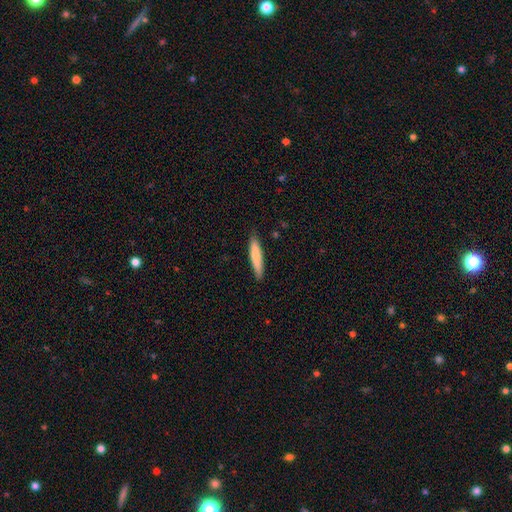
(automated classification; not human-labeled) smooth_or_featured: smooth (p=0.77) [alt: featured or disk p=0.18]
how_rounded: cigar-shaped (p=0.89) [alt: in between p=0.10]
merging: none (p=0.86) [alt: minor disturbance p=0.11]